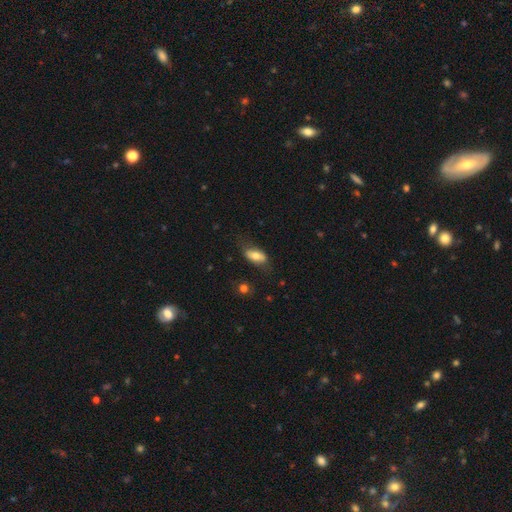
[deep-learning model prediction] The model was most divided on "merging": none: 64%, minor disturbance: 25%, major disturbance: 10%, merger: 2%. More confident: how rounded — in between (85%); smooth or featured — smooth (71%).